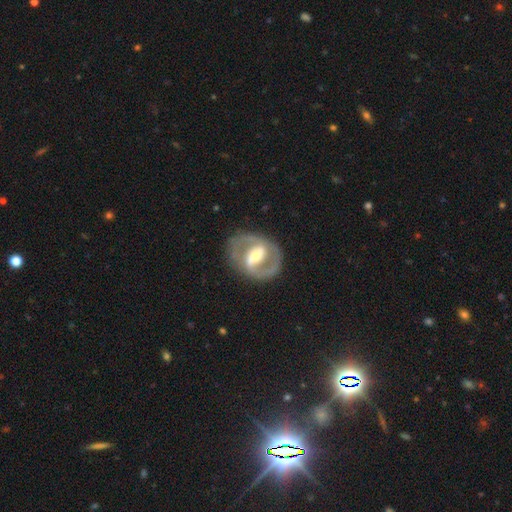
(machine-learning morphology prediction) Smooth or featured?
  - featured or disk: 85% *
  - smooth: 10%
  - star or artifact: 4%
Edge-on disk?
  - no: 97% *
  - yes: 3%
Bar?
  - strong: 48% *
  - weak: 36%
  - no: 16%
Spiral arms?
  - yes: 85% *
  - no: 15%
Spiral winding?
  - medium: 56% *
  - tight: 25%
  - loose: 20%
Spiral arm count?
  - 2: 89% *
  - can't tell: 5%
  - 1: 3%
  - 3: 1%
  - 4: 1%
  - more than 4: 1%
Bulge size?
  - moderate: 57% *
  - small: 32%
  - large: 9%
  - none: 1%
  - dominant: 1%
Merging?
  - none: 80% *
  - minor disturbance: 12%
  - major disturbance: 7%
  - merger: 1%